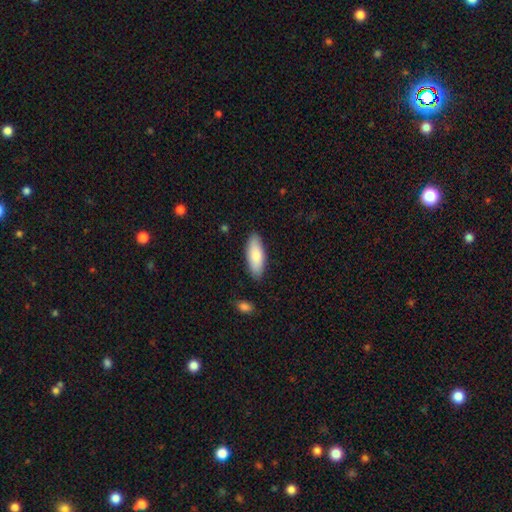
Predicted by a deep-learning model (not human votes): smooth 83%, featured or disk 11%, star or artifact 5%. Down the decision tree: how rounded — in between (73%); merging — none (86%).